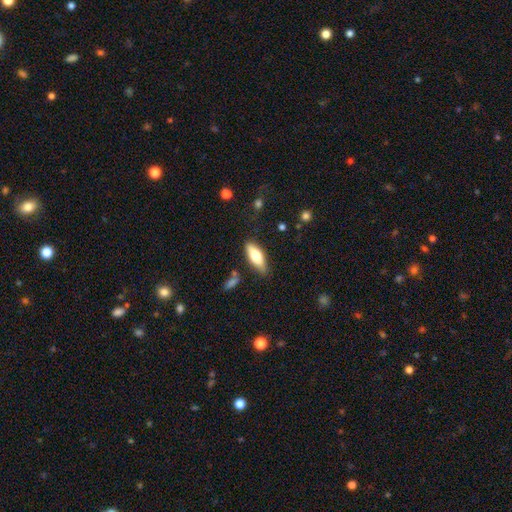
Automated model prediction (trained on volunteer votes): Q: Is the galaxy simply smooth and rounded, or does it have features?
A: smooth — 70%.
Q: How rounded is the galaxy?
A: in between — 68%.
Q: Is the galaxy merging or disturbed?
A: none — 78%.